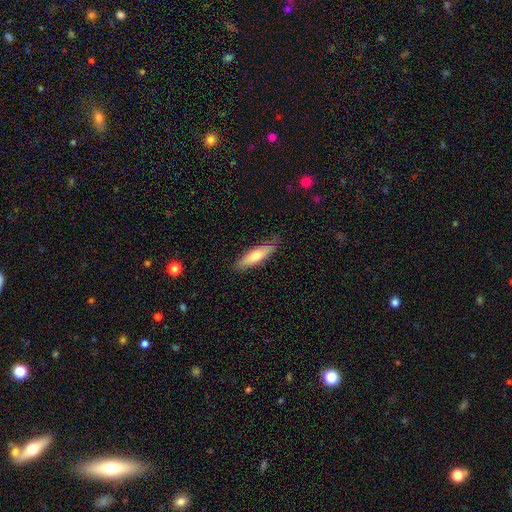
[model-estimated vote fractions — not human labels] A smooth galaxy with no disk features (67%) that is cigar-shaped (60%).

Vote fractions:
- Smooth or featured? smooth: 67% / featured or disk: 27% / star or artifact: 6%
- How rounded? cigar-shaped: 60% / in between: 39% / round: 2%
- Merging? none: 81% / minor disturbance: 15% / major disturbance: 3% / merger: 1%